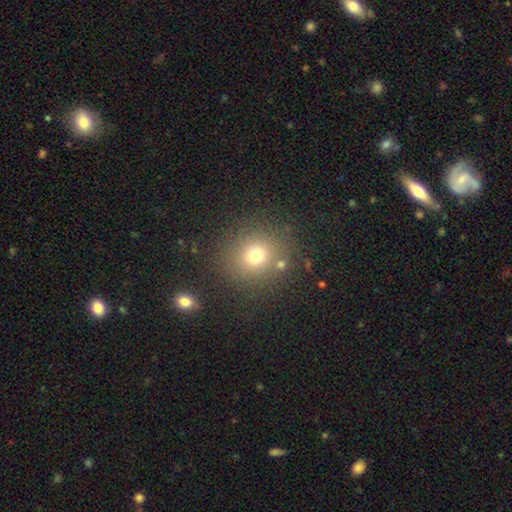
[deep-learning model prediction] smooth-or-featured: smooth: 71% | star or artifact: 18% | featured or disk: 10%
  how-rounded: round: 86% | in between: 13% | cigar-shaped: 1%
  merging: none: 81% | minor disturbance: 9% | merger: 5% | major disturbance: 5%